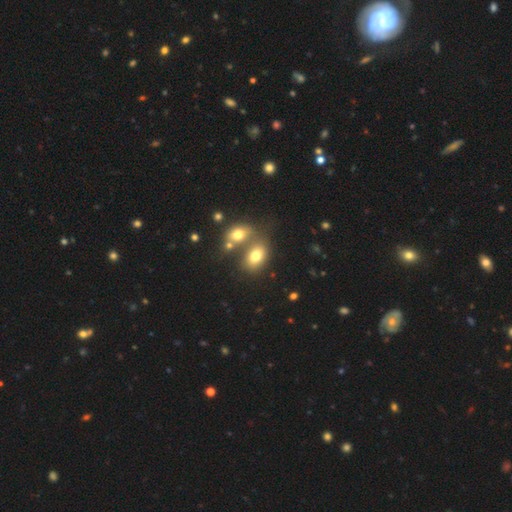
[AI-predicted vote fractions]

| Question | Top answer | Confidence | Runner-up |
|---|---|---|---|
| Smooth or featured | smooth | 73% | featured or disk (14%) |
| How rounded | in between | 77% | round (22%) |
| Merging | merger | 43% | none (42%) |